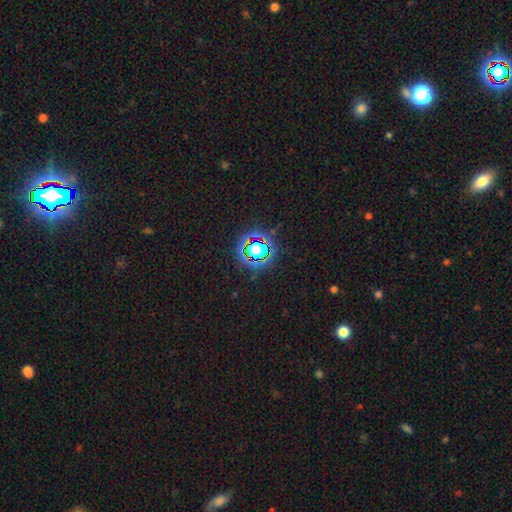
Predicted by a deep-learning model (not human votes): This appears to be a star or artifact, not a galaxy (78%).